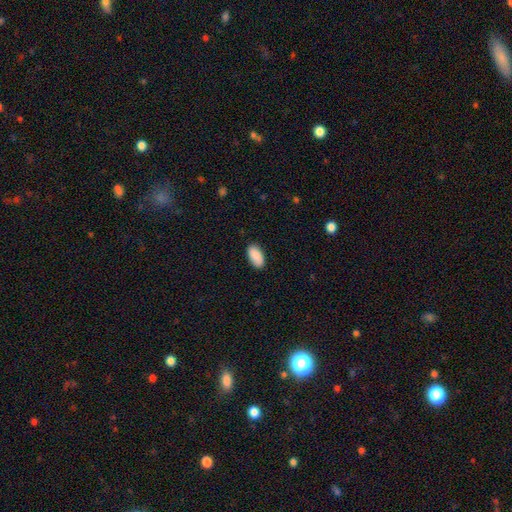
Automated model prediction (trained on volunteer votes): Smooth or featured: smooth — 90% (star or artifact — 6%)
How rounded: in between — 95% (cigar-shaped — 3%)
Merging: none — 87% (minor disturbance — 10%)